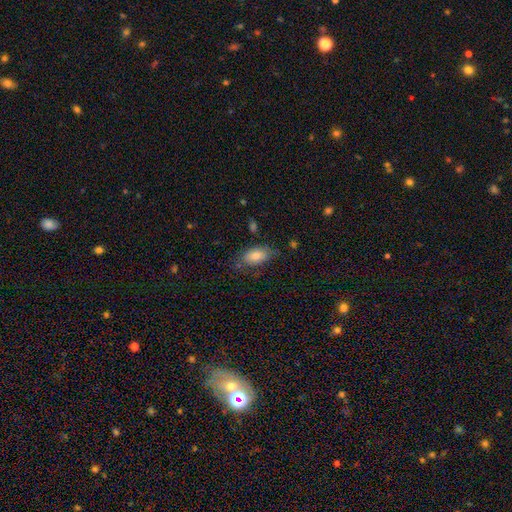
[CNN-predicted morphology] Smooth or featured: smooth — 77% (featured or disk — 15%)
How rounded: in between — 90% (round — 5%)
Merging: none — 66% (minor disturbance — 24%)